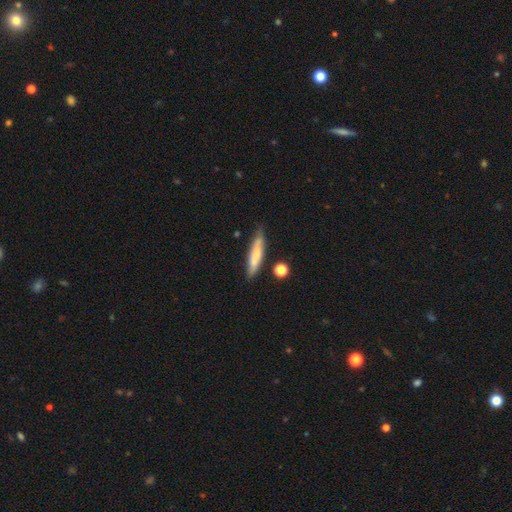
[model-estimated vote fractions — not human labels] Smooth or featured? smooth (67%)
How rounded? cigar-shaped (82%)
Merging? none (74%)